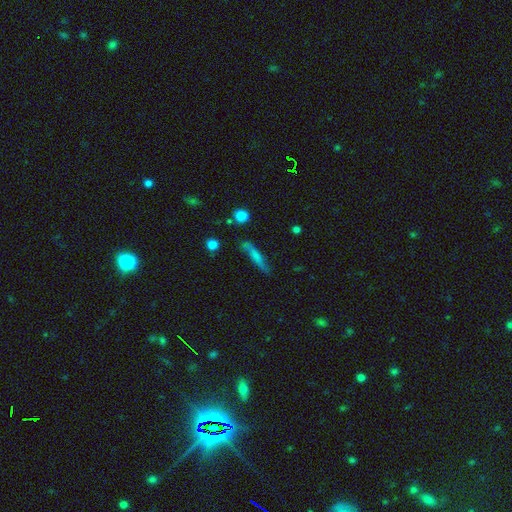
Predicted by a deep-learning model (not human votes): Smooth or featured? smooth (58%)
How rounded? cigar-shaped (85%)
Merging? none (66%)